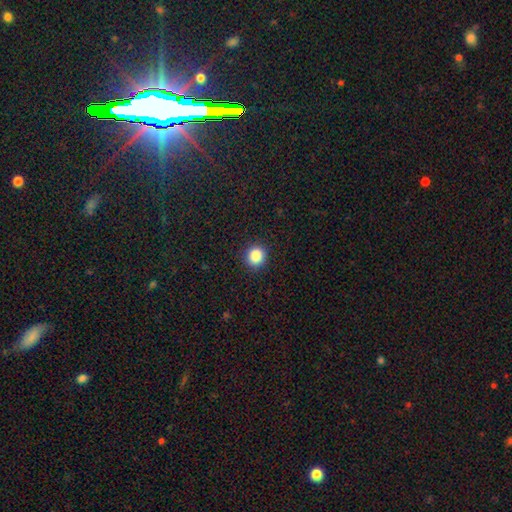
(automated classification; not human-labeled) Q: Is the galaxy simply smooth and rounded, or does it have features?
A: smooth — 87%.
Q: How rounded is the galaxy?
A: round — 88%.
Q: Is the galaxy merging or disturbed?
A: none — 90%.